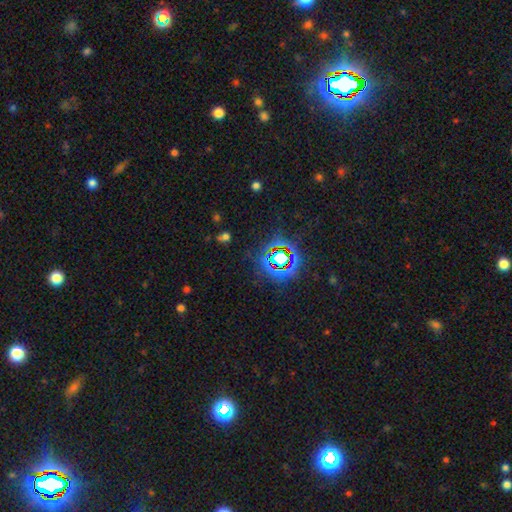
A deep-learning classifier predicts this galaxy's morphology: star or artifact 78%, smooth 12%, featured or disk 9%.